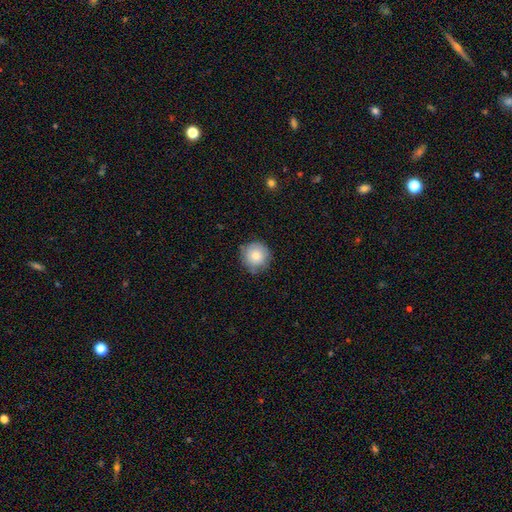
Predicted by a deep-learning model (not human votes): Q: Smooth or featured?
A: smooth (79%); runner-up: featured or disk (13%)
Q: How rounded?
A: round (94%); runner-up: in between (5%)
Q: Merging?
A: none (79%); runner-up: minor disturbance (17%)